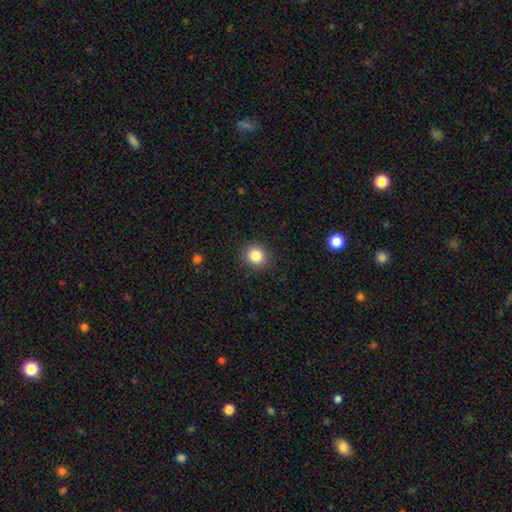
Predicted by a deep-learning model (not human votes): Smooth or featured? smooth (85%)
How rounded? round (87%)
Merging? none (90%)